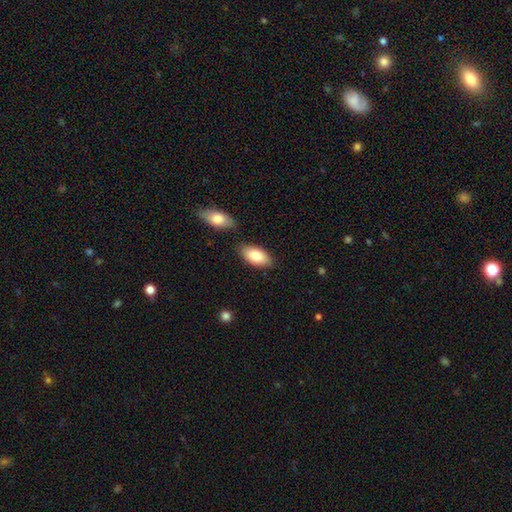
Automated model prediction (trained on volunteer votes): Q: Smooth or featured?
A: smooth (82%); runner-up: featured or disk (12%)
Q: How rounded?
A: in between (94%); runner-up: cigar-shaped (3%)
Q: Merging?
A: none (78%); runner-up: minor disturbance (12%)